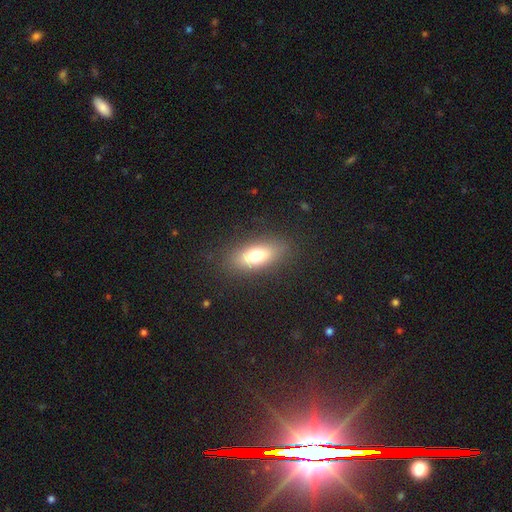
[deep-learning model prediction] Overall: smooth (72%). How rounded: in between (76%). Merging: none (85%).